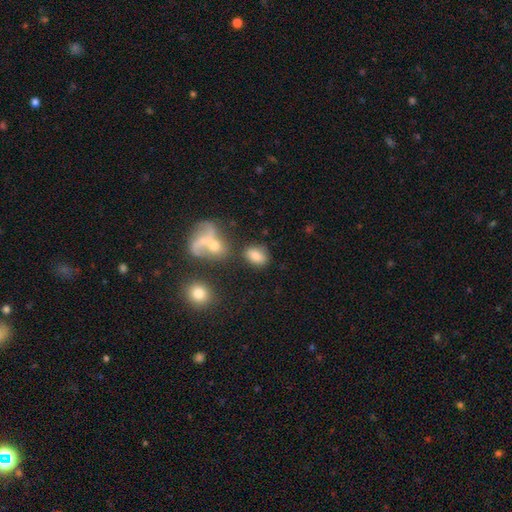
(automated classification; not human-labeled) smooth 77%, featured or disk 13%, star or artifact 10%. Down the decision tree: how rounded — in between (77%); merging — none (66%).